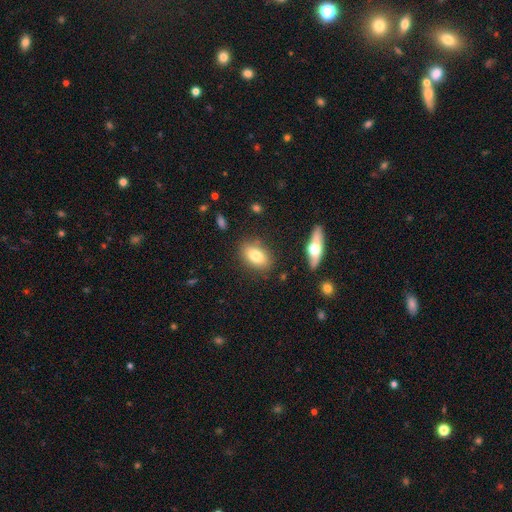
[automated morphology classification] Q: Smooth or featured?
A: smooth (78%); runner-up: featured or disk (14%)
Q: How rounded?
A: in between (86%); runner-up: round (10%)
Q: Merging?
A: none (82%); runner-up: minor disturbance (12%)